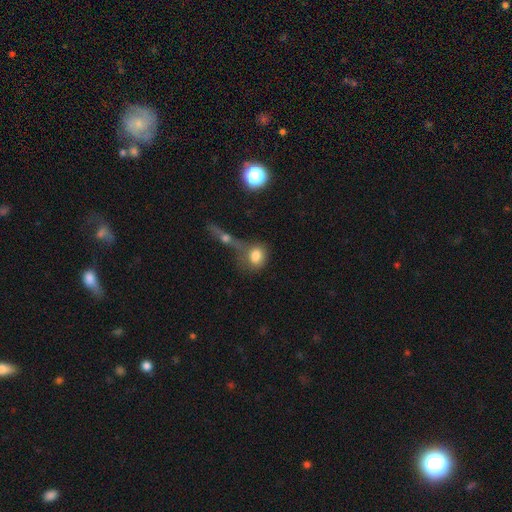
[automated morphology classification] smooth_or_featured: smooth (p=0.75) [alt: featured or disk p=0.14]
how_rounded: round (p=0.54) [alt: in between p=0.43]
merging: none (p=0.38) [alt: merger p=0.36]